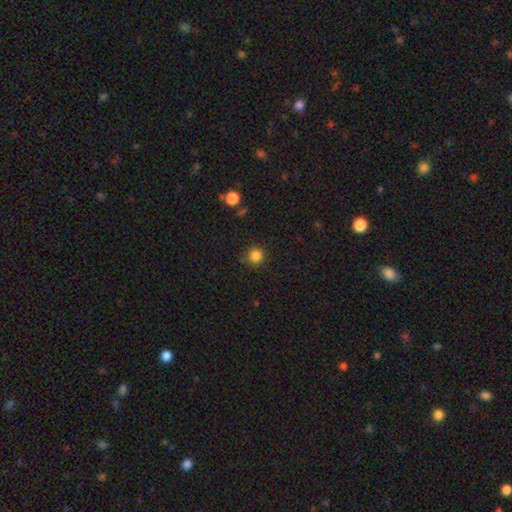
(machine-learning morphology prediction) Smooth or featured? smooth (84%)
How rounded? round (94%)
Merging? none (82%)